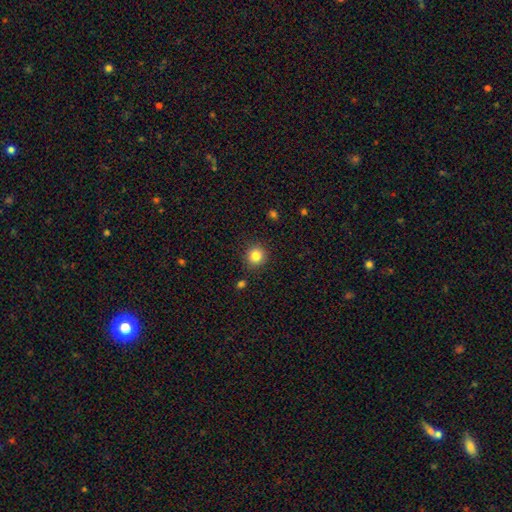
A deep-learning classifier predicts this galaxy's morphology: Smooth or featured?
  - smooth: 84% *
  - star or artifact: 11%
  - featured or disk: 5%
How rounded?
  - round: 91% *
  - in between: 8%
  - cigar-shaped: 1%
Merging?
  - none: 89% *
  - minor disturbance: 7%
  - major disturbance: 2%
  - merger: 2%